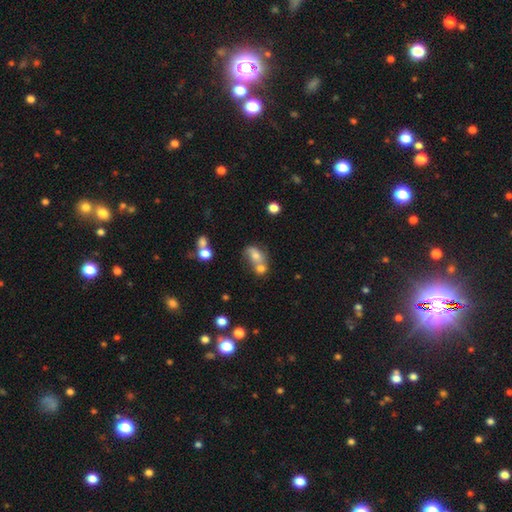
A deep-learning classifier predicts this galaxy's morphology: This is possibly a smooth galaxy (58%). How rounded: likely in between (67%). Merging: possibly merger (55%).